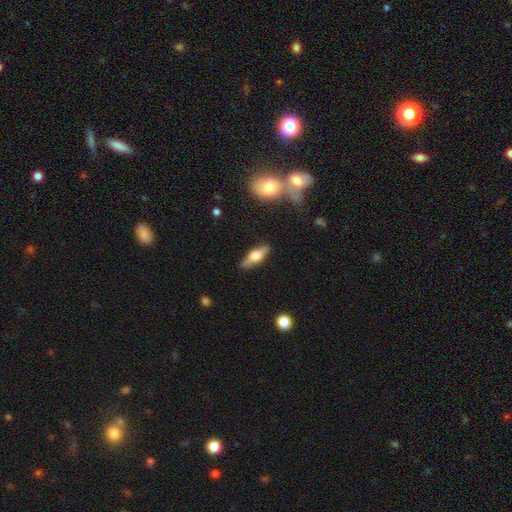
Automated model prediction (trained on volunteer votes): Smooth or featured: featured or disk — 56% (smooth — 38%)
Edge-on disk: yes — 92% (no — 8%)
Edge-on bulge: rounded — 92% (boxy — 7%)
Merging: none — 87% (minor disturbance — 9%)